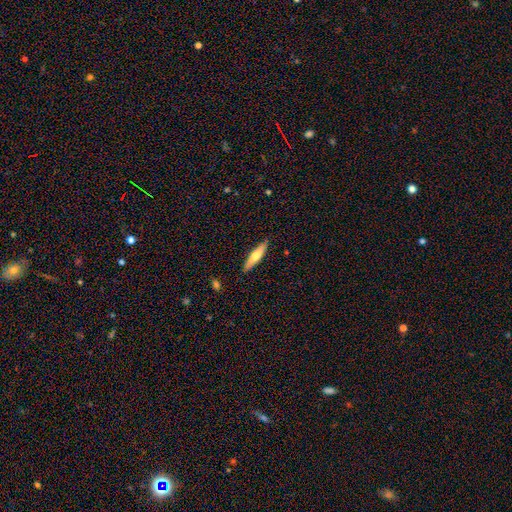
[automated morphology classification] Smooth or featured?
  - smooth: 60% *
  - featured or disk: 34%
  - star or artifact: 6%
How rounded?
  - cigar-shaped: 78% *
  - in between: 20%
  - round: 2%
Merging?
  - none: 88% *
  - minor disturbance: 9%
  - major disturbance: 2%
  - merger: 1%